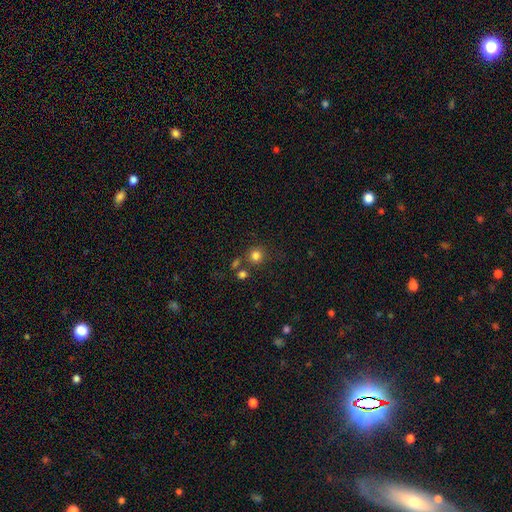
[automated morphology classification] smooth_or_featured: smooth (p=0.80) [alt: star or artifact p=0.14]
how_rounded: round (p=0.91) [alt: in between p=0.08]
merging: none (p=0.74) [alt: merger p=0.13]